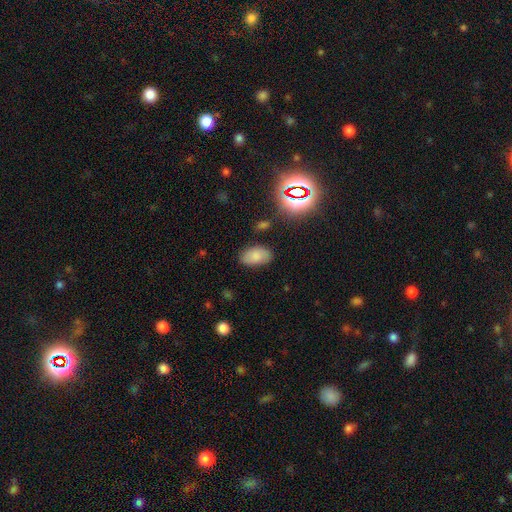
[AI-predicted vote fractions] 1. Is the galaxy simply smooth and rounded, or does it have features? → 80% smooth, 12% star or artifact, 8% featured or disk.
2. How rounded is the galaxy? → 93% in between, 6% round, 2% cigar-shaped.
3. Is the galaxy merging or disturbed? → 81% none, 13% minor disturbance, 4% major disturbance, 2% merger.